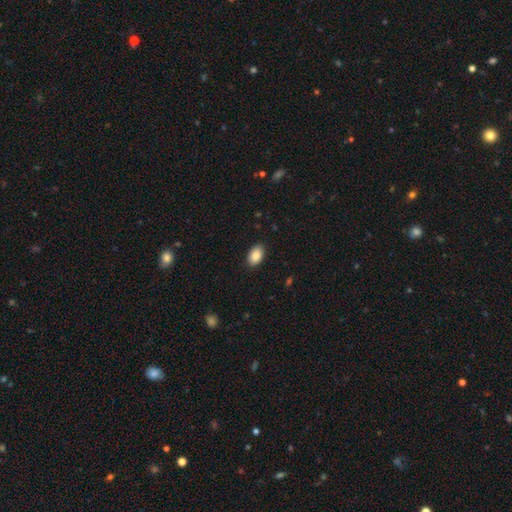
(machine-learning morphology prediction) A smooth galaxy with no disk features (88%) that is in between round and cigar-shaped (92%). Merging: none (89%).